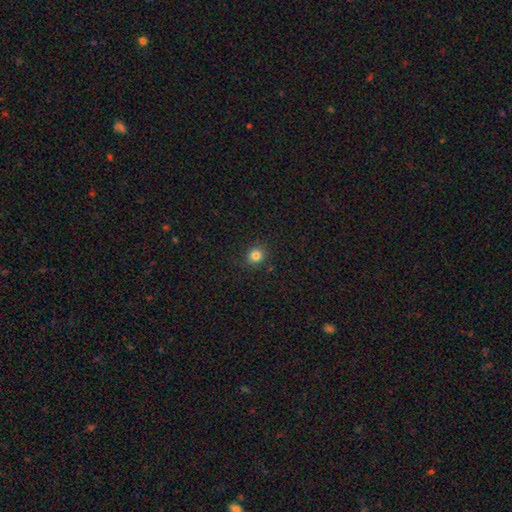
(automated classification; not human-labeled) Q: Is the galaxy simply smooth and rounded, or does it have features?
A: smooth — 82%.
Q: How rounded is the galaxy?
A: round — 86%.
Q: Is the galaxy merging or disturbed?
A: none — 88%.